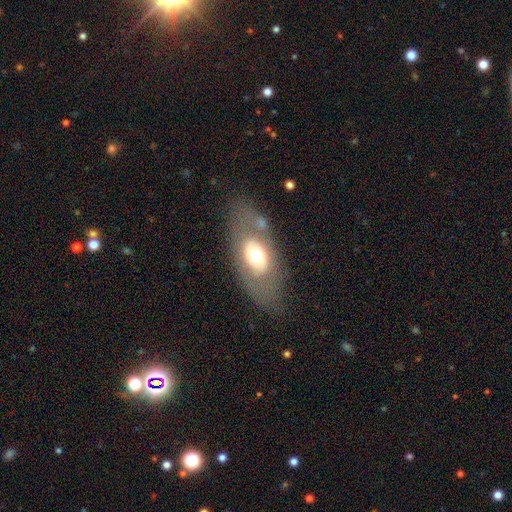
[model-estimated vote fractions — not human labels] Q: Smooth or featured?
A: smooth (51%); runner-up: featured or disk (41%)
Q: How rounded?
A: in between (86%); runner-up: round (10%)
Q: Merging?
A: none (70%); runner-up: minor disturbance (16%)